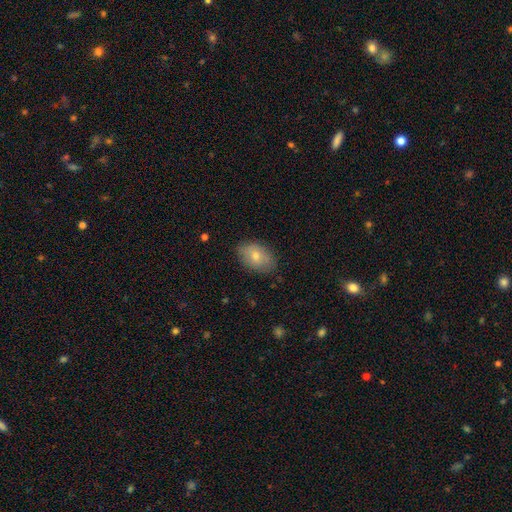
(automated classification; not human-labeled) Smooth or featured?
  - smooth: 72% *
  - featured or disk: 19%
  - star or artifact: 9%
How rounded?
  - in between: 86% *
  - round: 12%
  - cigar-shaped: 1%
Merging?
  - none: 82% *
  - minor disturbance: 14%
  - major disturbance: 3%
  - merger: 1%